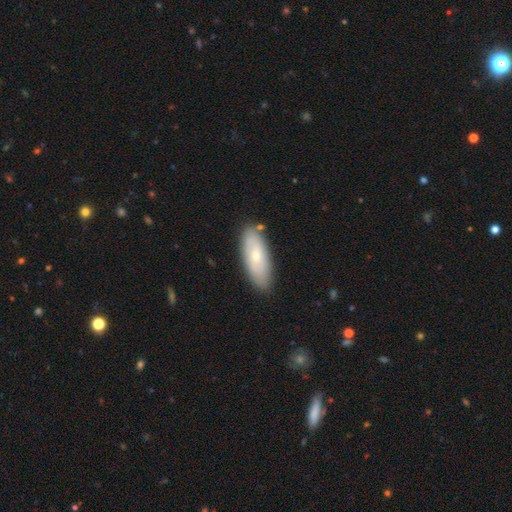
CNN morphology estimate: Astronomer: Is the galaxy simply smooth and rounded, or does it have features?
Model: smooth — 62%.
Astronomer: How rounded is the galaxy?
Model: in between — 73%.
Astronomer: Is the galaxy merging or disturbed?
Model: none — 84%.